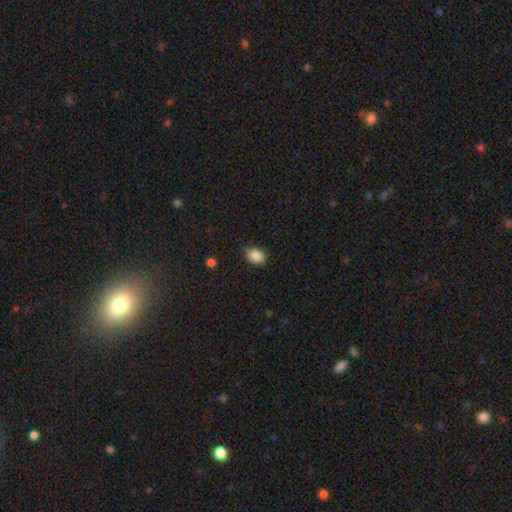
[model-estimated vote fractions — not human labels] This is clearly a smooth galaxy (87%). How rounded: likely in between (67%). Merging: clearly none (80%).